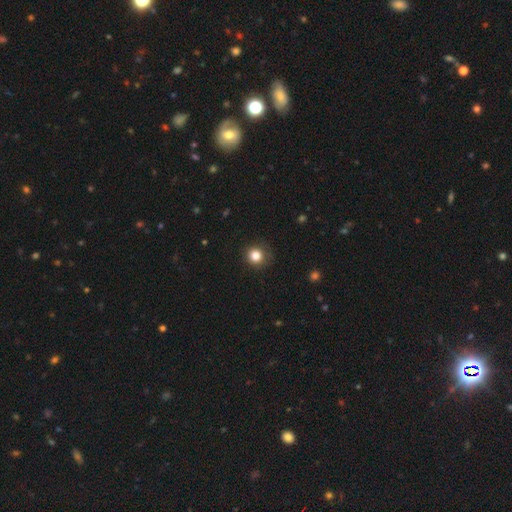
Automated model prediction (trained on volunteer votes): smooth-or-featured: smooth: 82% | star or artifact: 13% | featured or disk: 5%
  how-rounded: round: 91% | in between: 8% | cigar-shaped: 1%
  merging: none: 86% | minor disturbance: 10% | major disturbance: 3% | merger: 1%